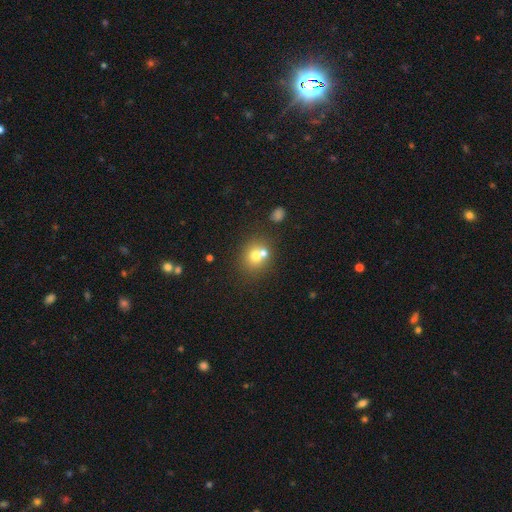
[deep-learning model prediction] The model was most divided on "merging": none: 48%, merger: 41%, minor disturbance: 8%, major disturbance: 3%. More confident: how rounded — round (79%); smooth or featured — smooth (68%).